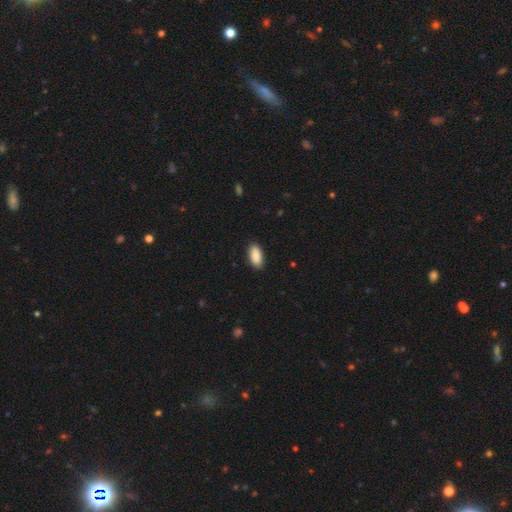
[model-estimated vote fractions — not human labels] A smooth galaxy with no disk features (90%) that is in between round and cigar-shaped (91%).

Vote fractions:
- Smooth or featured? smooth: 90% / star or artifact: 6% / featured or disk: 4%
- How rounded? in between: 91% / cigar-shaped: 7% / round: 2%
- Merging? none: 88% / minor disturbance: 9% / major disturbance: 2% / merger: 1%